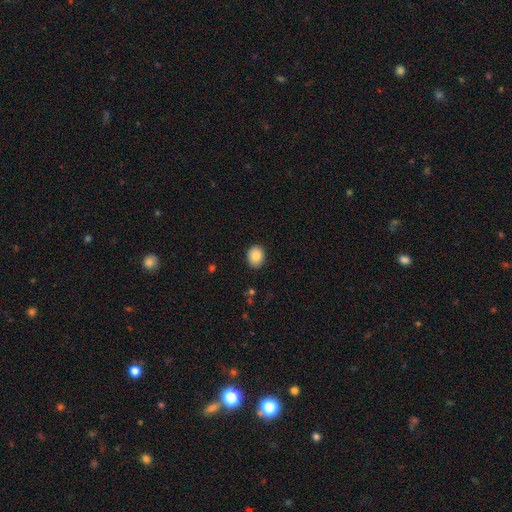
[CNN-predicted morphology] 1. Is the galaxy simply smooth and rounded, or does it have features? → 86% smooth, 8% star or artifact, 6% featured or disk.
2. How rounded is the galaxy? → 54% round, 45% in between, 1% cigar-shaped.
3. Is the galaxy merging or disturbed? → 90% none, 7% minor disturbance, 2% major disturbance, 1% merger.